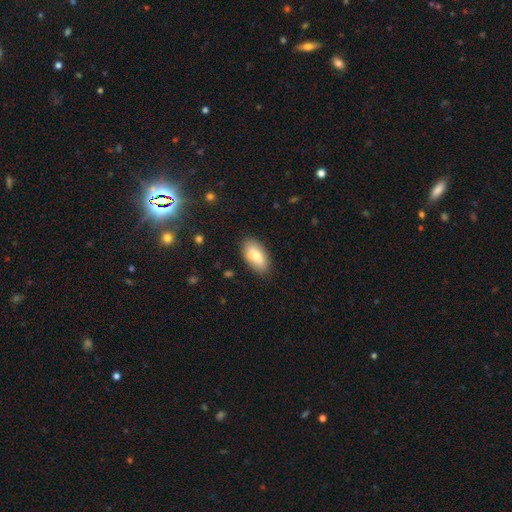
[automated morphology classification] type=smooth (77%); roundness=in between (93%); merging=none (84%).